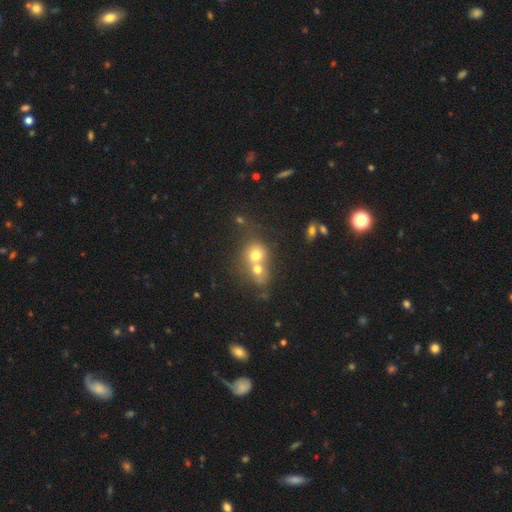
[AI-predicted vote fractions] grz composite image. It shows a smooth galaxy with no disk features (67%) that is round (72%). Merging: merger (68%).